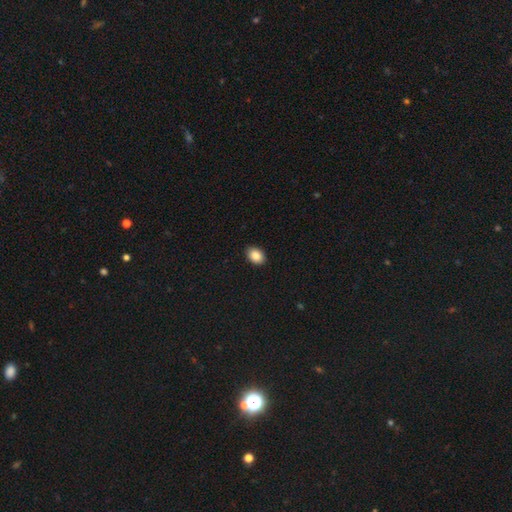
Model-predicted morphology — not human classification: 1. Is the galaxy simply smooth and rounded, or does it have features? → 88% smooth, 8% star or artifact, 4% featured or disk.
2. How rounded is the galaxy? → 76% in between, 23% round, 1% cigar-shaped.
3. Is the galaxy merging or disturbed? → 90% none, 7% minor disturbance, 2% major disturbance, 1% merger.